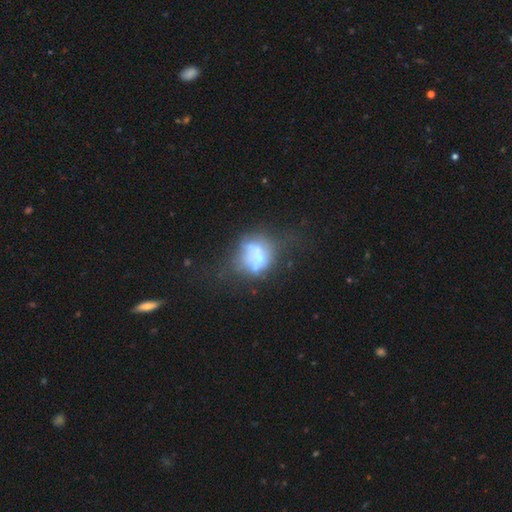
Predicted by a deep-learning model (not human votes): featured or disk 45%, smooth 41%, star or artifact 14%. Down the decision tree: merging — none (31%).